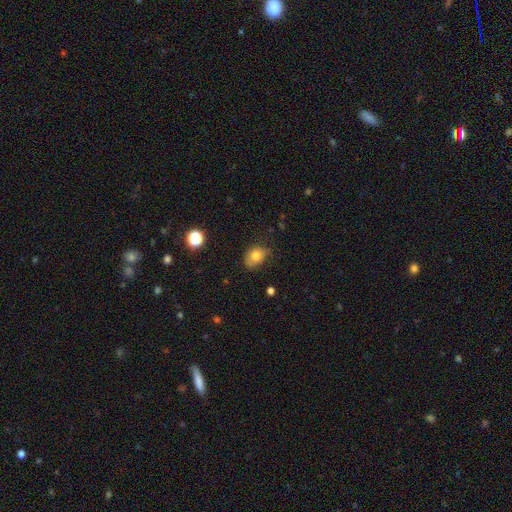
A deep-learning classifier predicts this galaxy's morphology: A smooth galaxy with no disk features (78%) that is in between round and cigar-shaped (65%). Merging: none (60%).